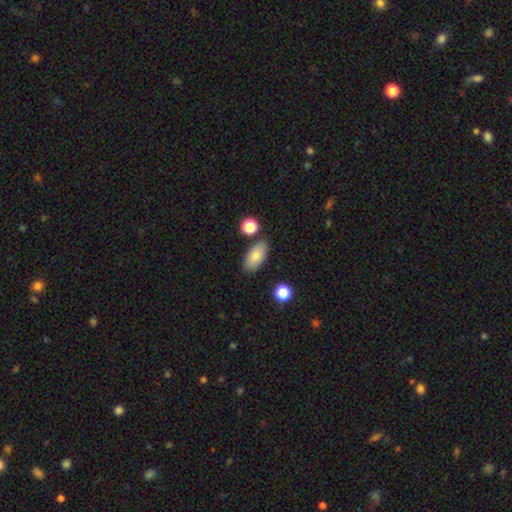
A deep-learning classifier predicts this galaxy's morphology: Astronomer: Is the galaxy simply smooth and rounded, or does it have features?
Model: smooth — 81%.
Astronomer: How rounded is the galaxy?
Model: in between — 91%.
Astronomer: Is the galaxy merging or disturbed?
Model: none — 82%.